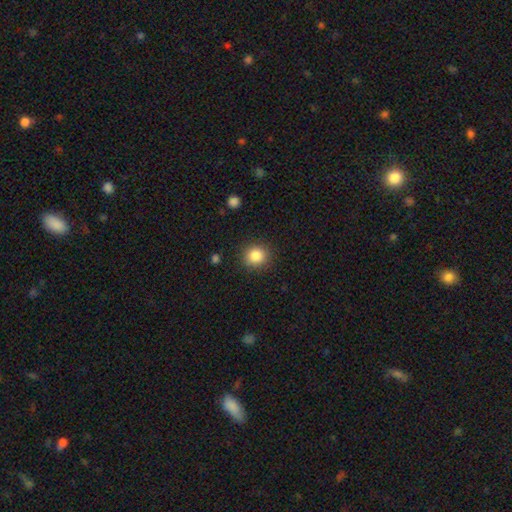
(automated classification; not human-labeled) smooth 86%, star or artifact 10%, featured or disk 5%. Down the decision tree: how rounded — round (87%); merging — none (89%).